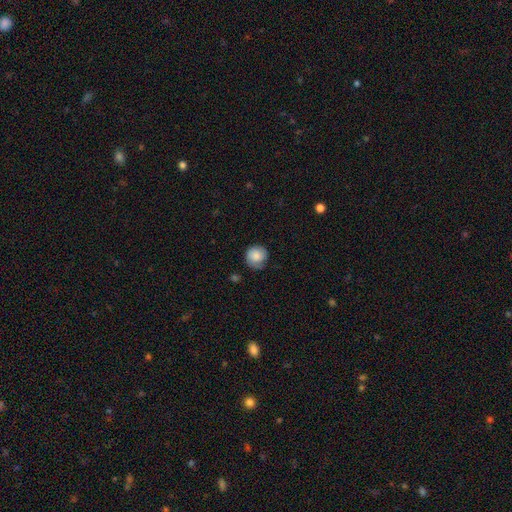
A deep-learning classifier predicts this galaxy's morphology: Smooth or featured?
  - smooth: 79% *
  - featured or disk: 14%
  - star or artifact: 7%
How rounded?
  - round: 90% *
  - in between: 9%
  - cigar-shaped: 1%
Merging?
  - none: 67% *
  - minor disturbance: 24%
  - major disturbance: 7%
  - merger: 2%